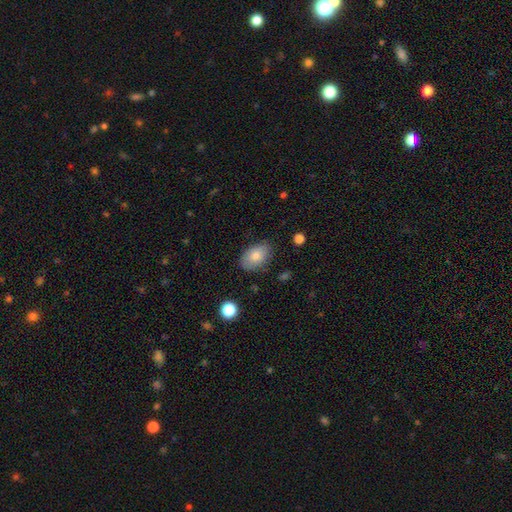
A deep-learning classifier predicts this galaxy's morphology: smooth 80%, featured or disk 12%, star or artifact 7%. Down the decision tree: how rounded — in between (89%); merging — none (81%).